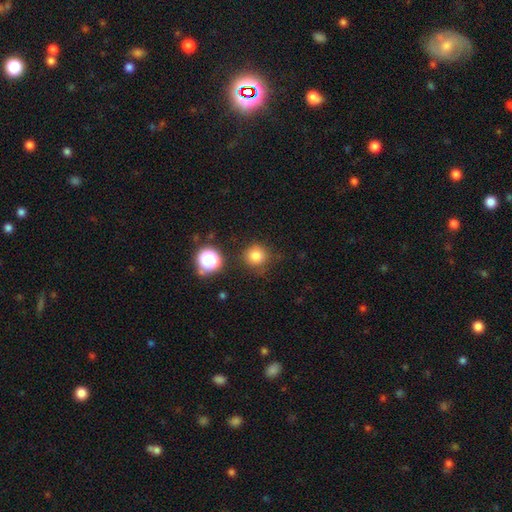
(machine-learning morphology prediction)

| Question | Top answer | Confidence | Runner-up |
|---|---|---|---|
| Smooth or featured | smooth | 79% | star or artifact (15%) |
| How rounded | round | 93% | in between (6%) |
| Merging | none | 81% | minor disturbance (11%) |